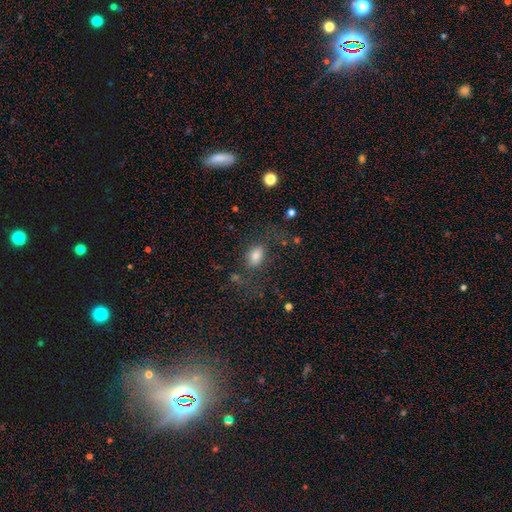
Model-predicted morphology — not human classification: smooth_or_featured: smooth (p=0.73) [alt: star or artifact p=0.14]
how_rounded: in between (p=0.76) [alt: round p=0.22]
merging: none (p=0.64) [alt: minor disturbance p=0.17]